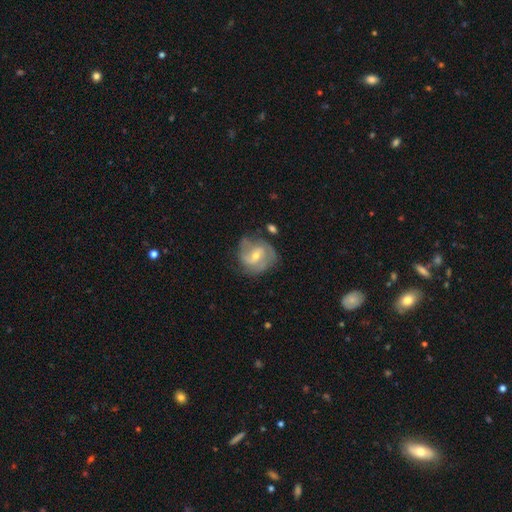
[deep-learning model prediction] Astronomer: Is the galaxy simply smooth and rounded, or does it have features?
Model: featured or disk — 77%.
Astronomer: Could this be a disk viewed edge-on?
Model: no — 97%.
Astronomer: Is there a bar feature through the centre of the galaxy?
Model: weak — 49% (runner-up: no, 31%).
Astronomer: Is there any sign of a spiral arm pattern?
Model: yes — 90%.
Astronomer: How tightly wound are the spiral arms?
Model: medium — 45% (runner-up: tight, 35%).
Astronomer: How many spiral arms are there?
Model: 2 — 59%.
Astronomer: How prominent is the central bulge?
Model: moderate — 49% (runner-up: small, 47%).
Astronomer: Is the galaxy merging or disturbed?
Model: none — 64%.